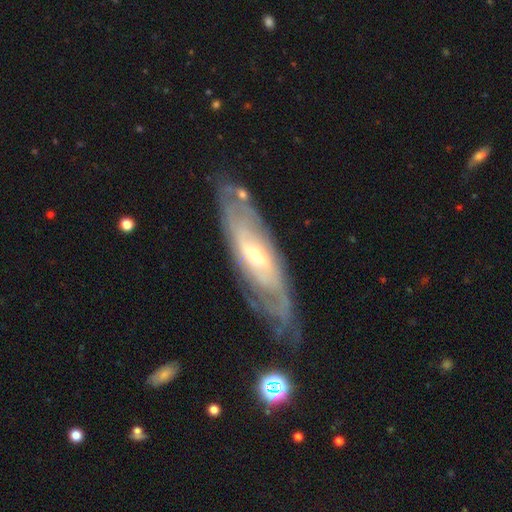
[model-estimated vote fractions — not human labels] Q: Smooth or featured?
A: featured or disk (79%); runner-up: smooth (15%)
Q: Edge-on disk?
A: no (77%); runner-up: yes (23%)
Q: Bar?
A: weak (44%); runner-up: no (41%)
Q: Spiral arms?
A: yes (87%); runner-up: no (13%)
Q: Spiral winding?
A: tight (57%); runner-up: medium (31%)
Q: Spiral arm count?
A: can't tell (57%); runner-up: 2 (25%)
Q: Bulge size?
A: small (49%); runner-up: moderate (44%)
Q: Merging?
A: none (71%); runner-up: minor disturbance (19%)